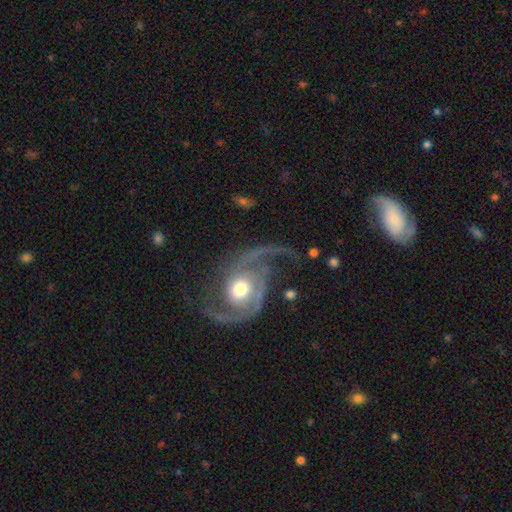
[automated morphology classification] Smooth or featured?
  - featured or disk: 91% *
  - smooth: 5%
  - star or artifact: 5%
Edge-on disk?
  - no: 98% *
  - yes: 2%
Bar?
  - no: 67% *
  - weak: 23%
  - strong: 10%
Spiral arms?
  - yes: 97% *
  - no: 3%
Spiral winding?
  - medium: 49% *
  - loose: 35%
  - tight: 16%
Spiral arm count?
  - 2: 89% *
  - 3: 3%
  - 1: 2%
  - can't tell: 2%
  - 4: 2%
  - more than 4: 2%
Bulge size?
  - moderate: 68% *
  - large: 21%
  - small: 8%
  - dominant: 2%
  - none: 1%
Merging?
  - none: 61% *
  - minor disturbance: 18%
  - major disturbance: 17%
  - merger: 4%